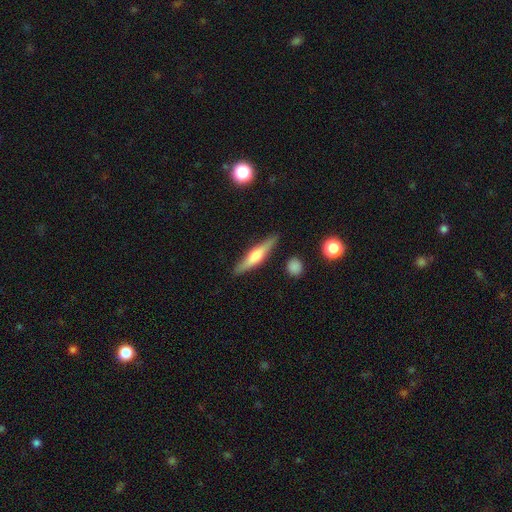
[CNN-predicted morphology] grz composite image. It shows a featured or disk galaxy (50%) viewed edge-on (94%). Merging: none (86%).